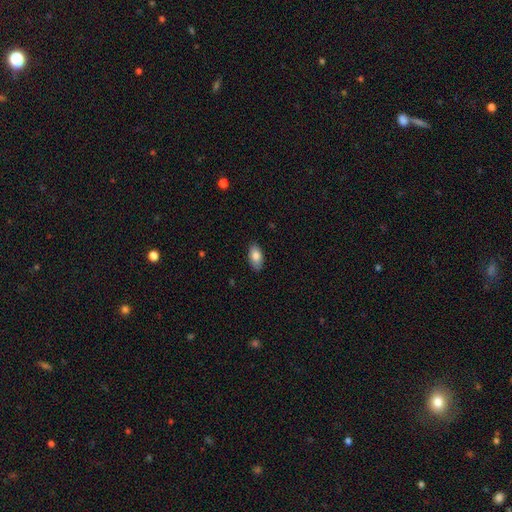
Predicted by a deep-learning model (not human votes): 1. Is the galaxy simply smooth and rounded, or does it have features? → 83% smooth, 10% featured or disk, 7% star or artifact.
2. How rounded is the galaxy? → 93% in between, 4% round, 4% cigar-shaped.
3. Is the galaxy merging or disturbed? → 86% none, 11% minor disturbance, 2% major disturbance, 1% merger.